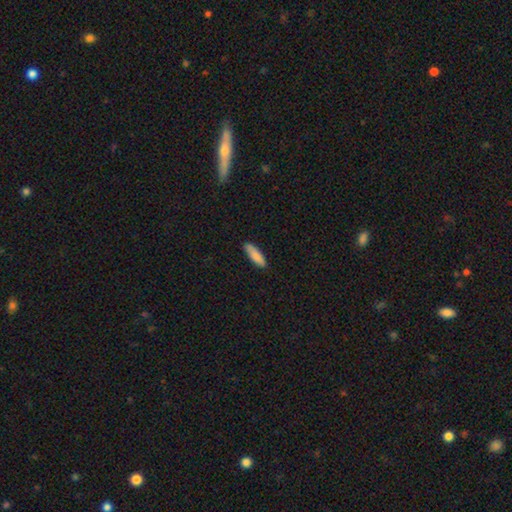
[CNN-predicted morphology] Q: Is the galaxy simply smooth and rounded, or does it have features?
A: smooth — 86%.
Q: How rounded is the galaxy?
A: cigar-shaped — 55%.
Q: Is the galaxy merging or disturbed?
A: none — 85%.